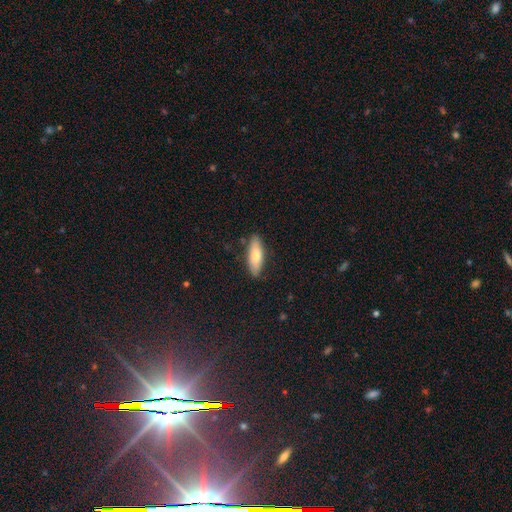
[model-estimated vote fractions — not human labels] Smooth or featured?
  - smooth: 69% *
  - featured or disk: 24%
  - star or artifact: 7%
How rounded?
  - in between: 51% *
  - cigar-shaped: 47%
  - round: 2%
Merging?
  - none: 86% *
  - minor disturbance: 11%
  - major disturbance: 2%
  - merger: 1%